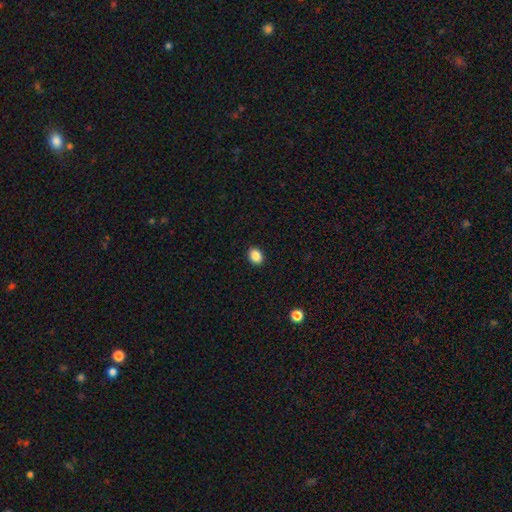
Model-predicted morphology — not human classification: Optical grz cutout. It shows a smooth galaxy with no disk features (88%) that is in between round and cigar-shaped (60%). Merging: none (91%).